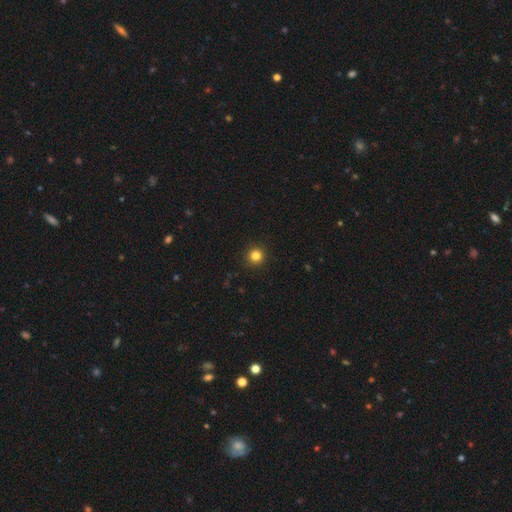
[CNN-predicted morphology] Overall: smooth (83%). How rounded: round (95%). Merging: none (93%).